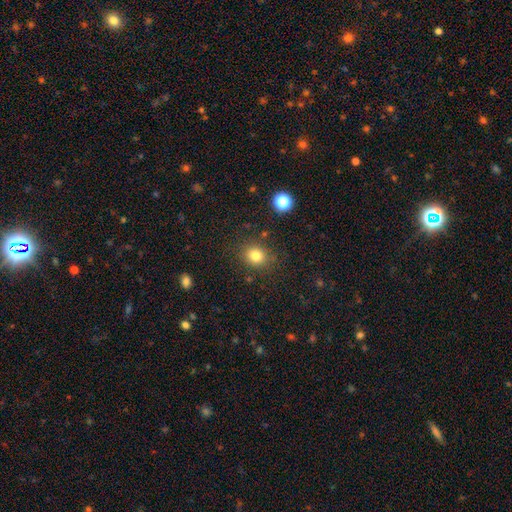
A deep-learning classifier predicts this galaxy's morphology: Smooth or featured?
  - smooth: 80% *
  - star or artifact: 13%
  - featured or disk: 6%
How rounded?
  - round: 72% *
  - in between: 27%
  - cigar-shaped: 1%
Merging?
  - none: 84% *
  - minor disturbance: 10%
  - major disturbance: 4%
  - merger: 3%